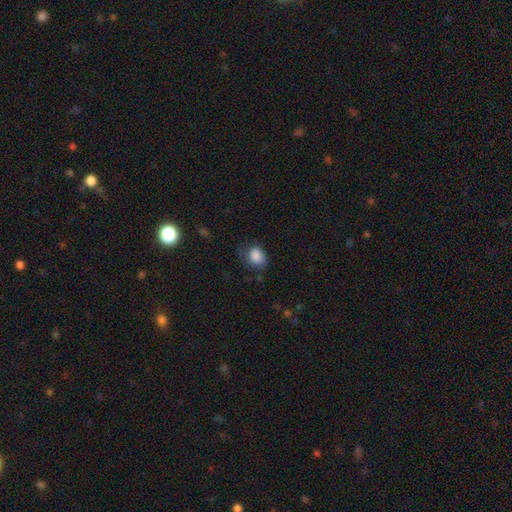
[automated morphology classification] type=smooth (86%); roundness=in between (54%); merging=none (62%).